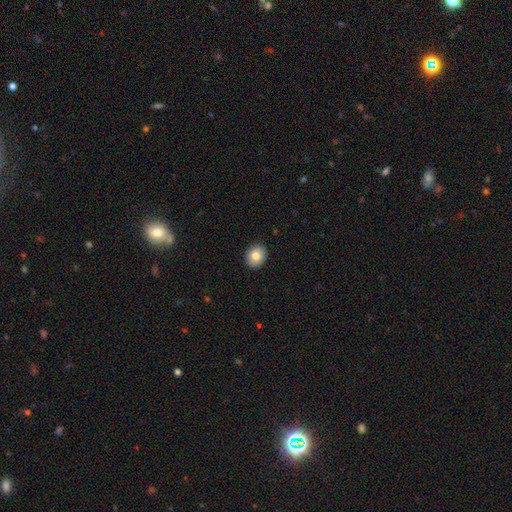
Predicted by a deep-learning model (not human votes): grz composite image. It shows a smooth galaxy with no disk features (81%) that is round (53%). Merging: none (90%).